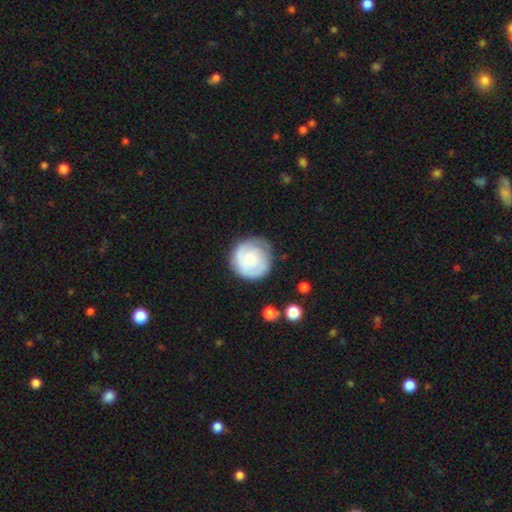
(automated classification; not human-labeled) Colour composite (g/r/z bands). It shows a smooth galaxy with no disk features (56%) that is round (93%). Merging: none (74%).